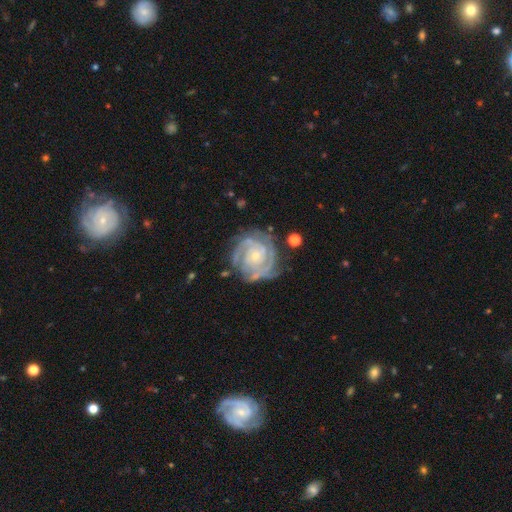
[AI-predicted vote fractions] Morphology: type=featured or disk (91%); edge-on=no (98%); bar=no (71%); spiral arms=yes (98%); winding=tight (76%); arm count=3 (31%, tied with 2); bulge=small (76%); merging=none (73%).